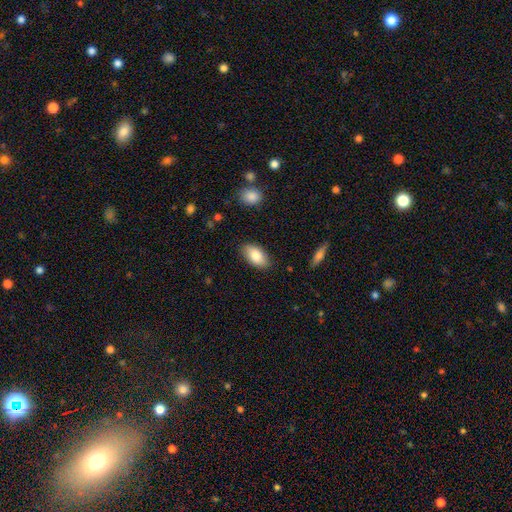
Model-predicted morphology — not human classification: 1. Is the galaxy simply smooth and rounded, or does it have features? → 83% smooth, 11% featured or disk, 7% star or artifact.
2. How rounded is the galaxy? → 93% in between, 4% round, 3% cigar-shaped.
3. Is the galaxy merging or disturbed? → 85% none, 11% minor disturbance, 2% major disturbance, 1% merger.